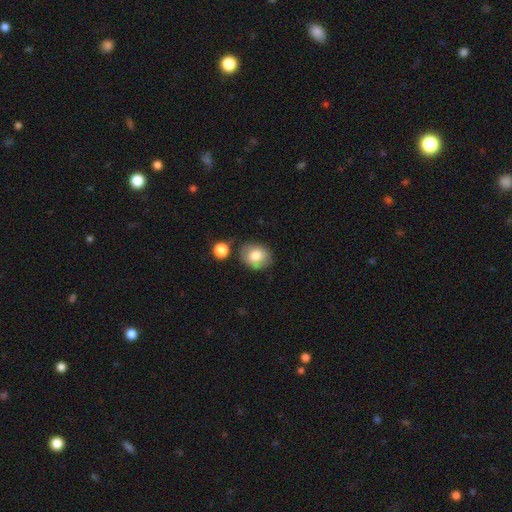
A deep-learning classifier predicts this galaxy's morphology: Overall: smooth (79%). How rounded: round (55%; in between 44%). Merging: none (71%).